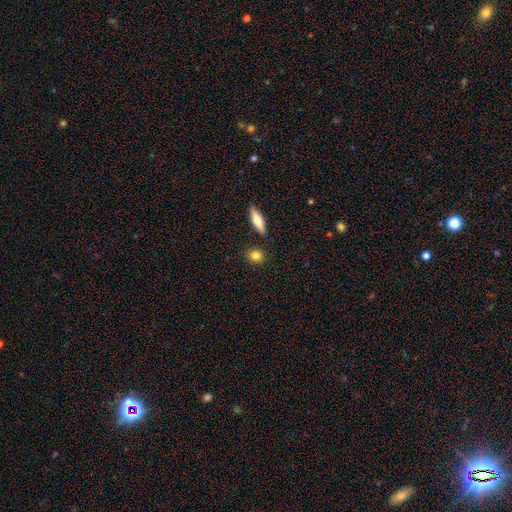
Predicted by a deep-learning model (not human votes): This is clearly a smooth galaxy (83%). How rounded: likely round (62%). Merging: clearly none (85%).